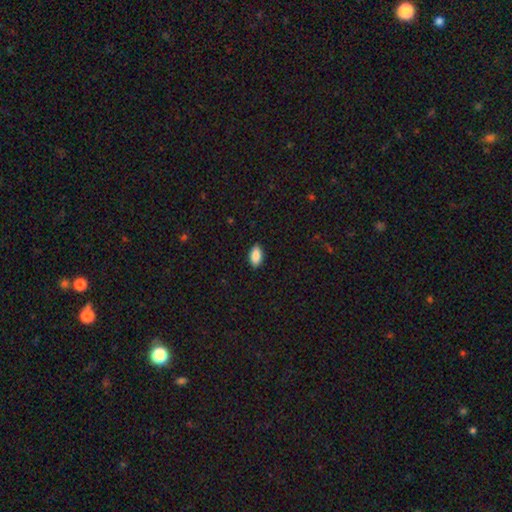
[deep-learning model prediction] Smooth or featured?
  - smooth: 89% *
  - star or artifact: 7%
  - featured or disk: 4%
How rounded?
  - in between: 92% *
  - cigar-shaped: 5%
  - round: 3%
Merging?
  - none: 89% *
  - minor disturbance: 8%
  - major disturbance: 2%
  - merger: 1%